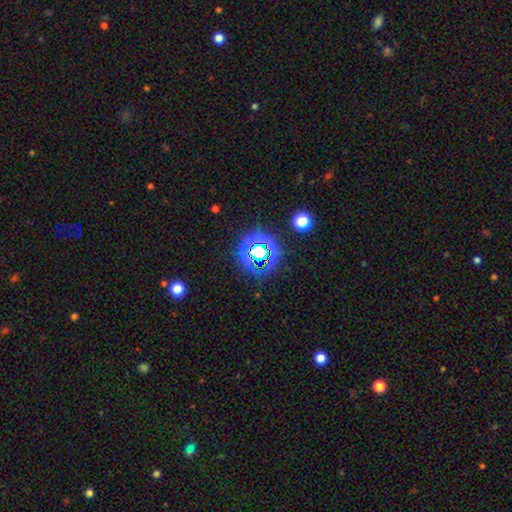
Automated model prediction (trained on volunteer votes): Q: Smooth or featured?
A: star or artifact (69%); runner-up: smooth (21%)